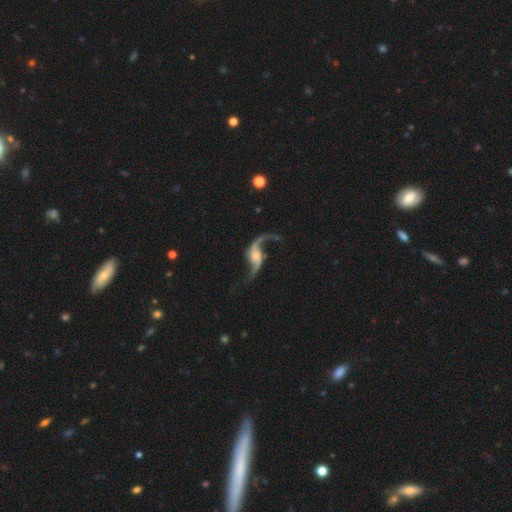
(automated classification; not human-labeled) The model was most divided on "bulge size": moderate: 31%, small: 29%, none: 21%, large: 16%, dominant: 3%. More confident: spiral arms — yes (97%); edge-on disk — no (96%); spiral arm count — 2 (92%); smooth or featured — featured or disk (90%); spiral winding — loose (90%); merging — none (67%); bar — no (51%).